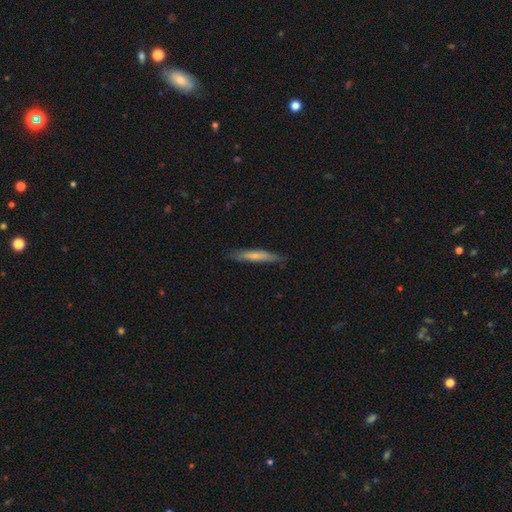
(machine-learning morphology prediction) This appears to be a smooth galaxy with no disk features (66%) that is cigar-shaped (93%). Merging: none (84%).